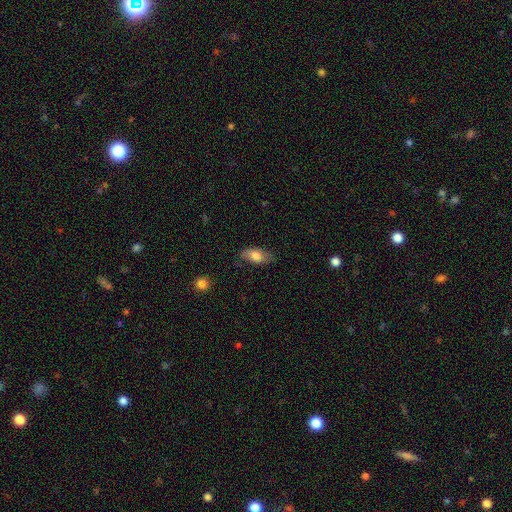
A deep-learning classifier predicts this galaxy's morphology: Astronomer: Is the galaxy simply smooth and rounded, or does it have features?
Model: smooth — 75%.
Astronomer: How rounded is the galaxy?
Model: in between — 87%.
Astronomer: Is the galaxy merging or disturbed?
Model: none — 73%.